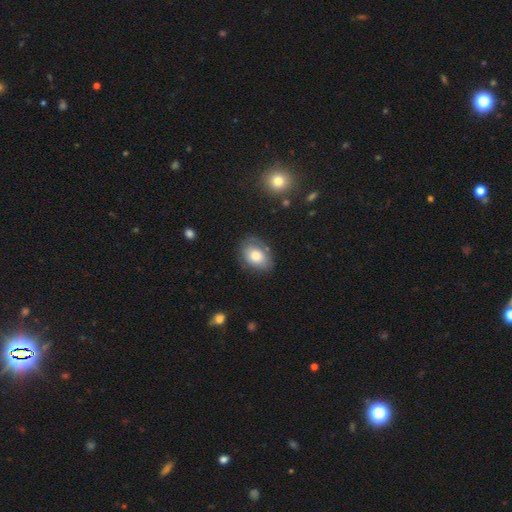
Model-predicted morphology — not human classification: A smooth galaxy with no disk features (68%) that is in between round and cigar-shaped (79%). Merging: none (72%).